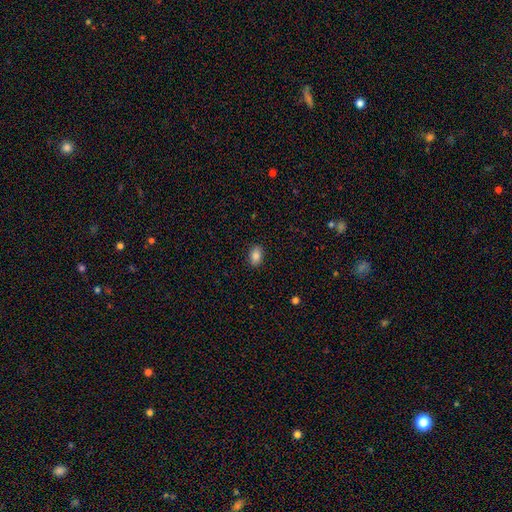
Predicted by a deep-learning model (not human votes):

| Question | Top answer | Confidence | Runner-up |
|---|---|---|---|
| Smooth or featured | smooth | 87% | star or artifact (8%) |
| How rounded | in between | 87% | round (11%) |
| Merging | none | 88% | minor disturbance (9%) |